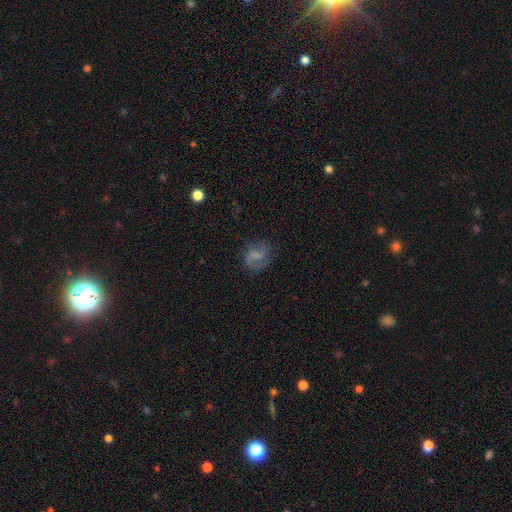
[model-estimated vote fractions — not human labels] smooth-or-featured: featured or disk: 57% | smooth: 33% | star or artifact: 10%
  disk-edge-on: no: 98% | yes: 2%
    bar: no: 44% | weak: 43% | strong: 13%
    has-spiral-arms: yes: 87% | no: 13%
    bulge-size: none: 52% | small: 26% | moderate: 15% | large: 4% | dominant: 1%
  merging: none: 60% | minor disturbance: 21% | major disturbance: 17% | merger: 2%